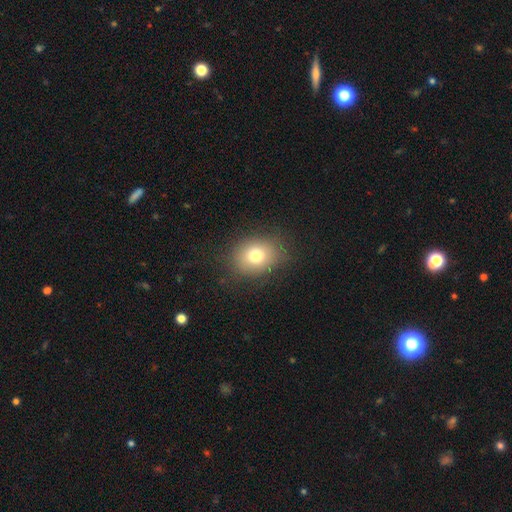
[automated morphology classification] This appears to be a smooth galaxy with no disk features (76%) that is round (50%). Merging: none (82%).